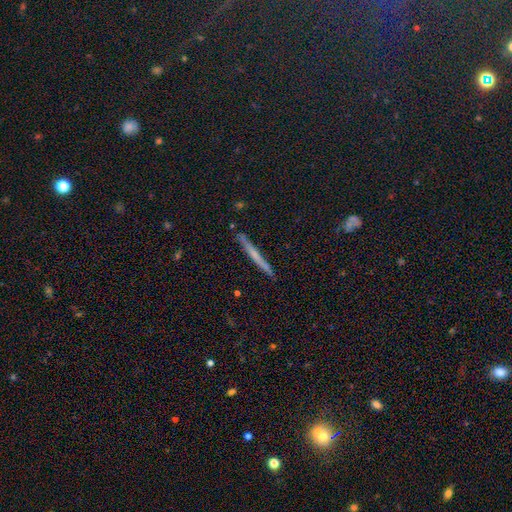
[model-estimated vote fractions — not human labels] Smooth or featured? Predicted: featured or disk (p=0.47). Merging? Predicted: none (p=0.91).